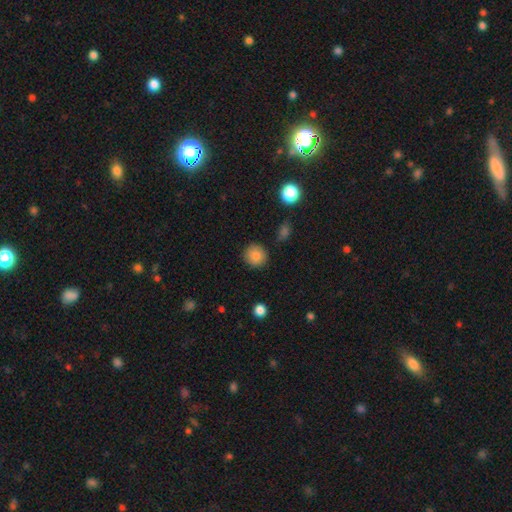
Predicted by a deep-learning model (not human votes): Q: Smooth or featured?
A: smooth (86%); runner-up: star or artifact (9%)
Q: How rounded?
A: round (89%); runner-up: in between (10%)
Q: Merging?
A: none (87%); runner-up: minor disturbance (8%)